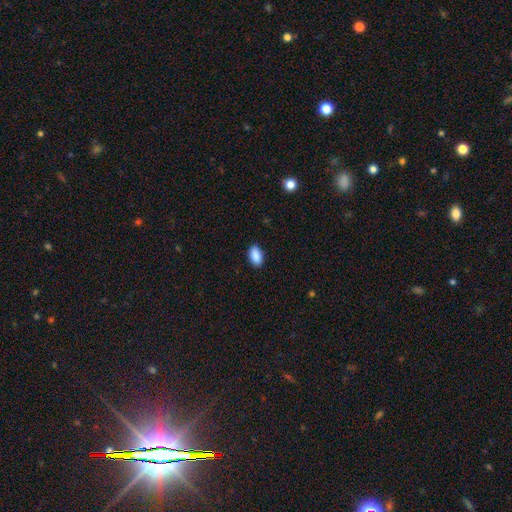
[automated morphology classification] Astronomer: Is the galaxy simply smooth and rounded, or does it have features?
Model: smooth — 90%.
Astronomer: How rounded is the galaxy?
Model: in between — 92%.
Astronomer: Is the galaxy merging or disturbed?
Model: none — 88%.